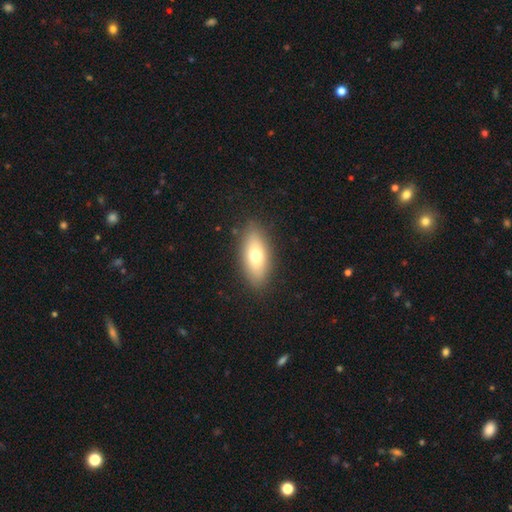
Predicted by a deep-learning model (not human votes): Smooth or featured?
  - smooth: 69% *
  - featured or disk: 24%
  - star or artifact: 7%
How rounded?
  - in between: 82% *
  - cigar-shaped: 15%
  - round: 4%
Merging?
  - none: 86% *
  - minor disturbance: 10%
  - major disturbance: 3%
  - merger: 1%